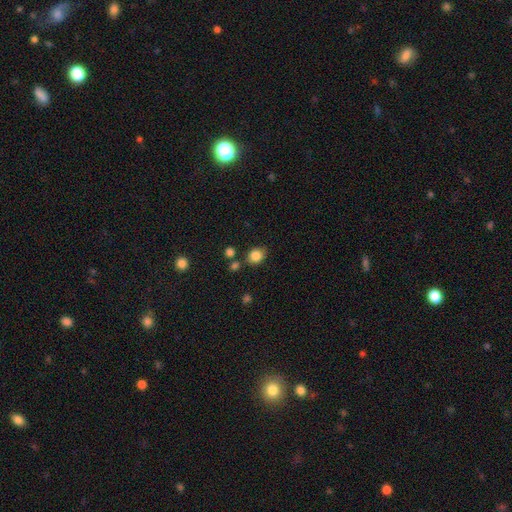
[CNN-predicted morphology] smooth-or-featured: smooth: 84% | star or artifact: 10% | featured or disk: 6%
  how-rounded: round: 58% | in between: 41% | cigar-shaped: 1%
  merging: none: 76% | minor disturbance: 14% | merger: 7% | major disturbance: 4%